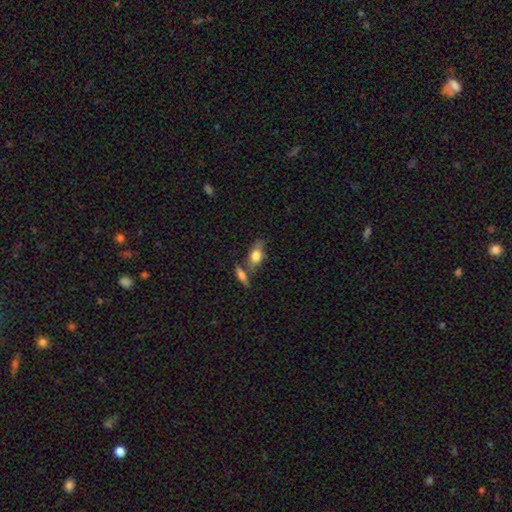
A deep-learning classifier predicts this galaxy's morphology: This appears to be a smooth galaxy with no disk features (68%) that is in between round and cigar-shaped (78%). Merging: none (57%).